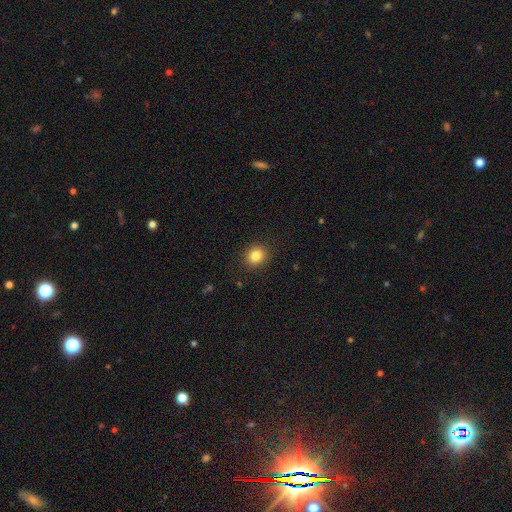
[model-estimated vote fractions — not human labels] This appears to be a smooth galaxy with no disk features (84%) that is round (79%). Merging: none (90%).